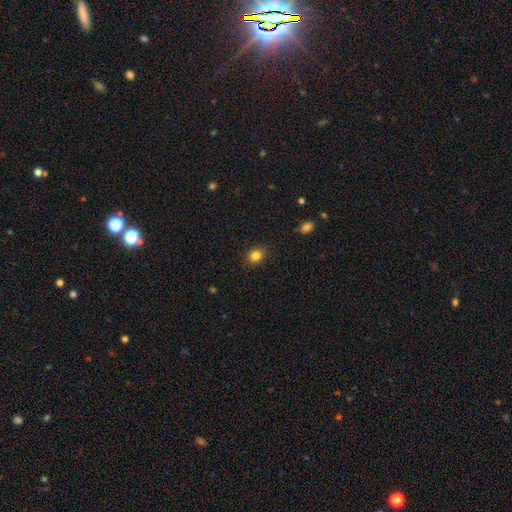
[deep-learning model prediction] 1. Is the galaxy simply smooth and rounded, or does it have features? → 83% smooth, 11% star or artifact, 6% featured or disk.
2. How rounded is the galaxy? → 51% round, 48% in between, 1% cigar-shaped.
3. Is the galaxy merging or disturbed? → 87% none, 9% minor disturbance, 2% major disturbance, 1% merger.